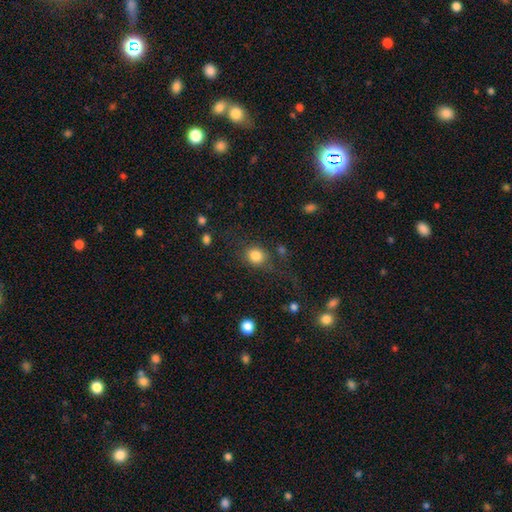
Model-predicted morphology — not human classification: type=smooth (83%); roundness=round (68%); merging=none (67%).